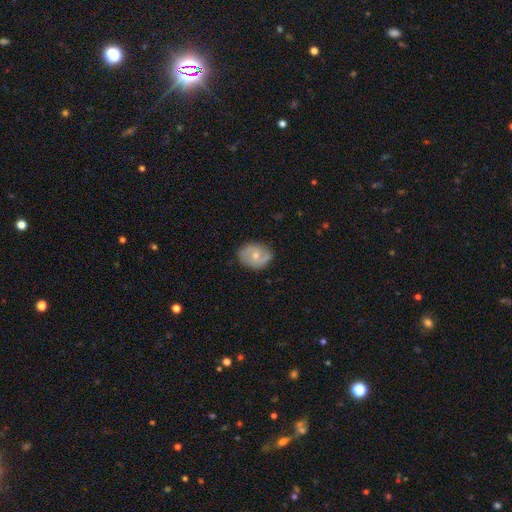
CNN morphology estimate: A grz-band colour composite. It shows a featured or disk galaxy (55%) with no bar (65%), spiral arms (80%) and a moderate central bulge (54%). Merging: none (78%).